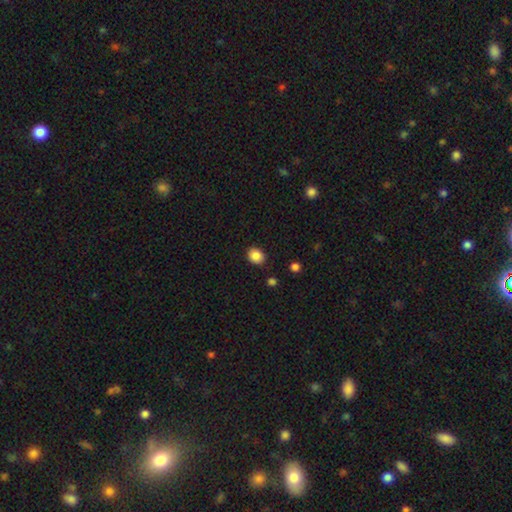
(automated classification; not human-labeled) This is clearly a smooth galaxy (87%). How rounded: possibly round (58%). Merging: clearly none (86%).